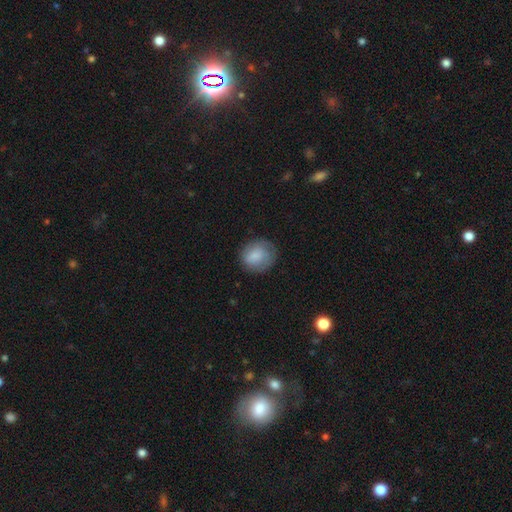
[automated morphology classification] This is clearly a smooth galaxy (81%). How rounded: likely round (75%). Merging: likely none (74%).